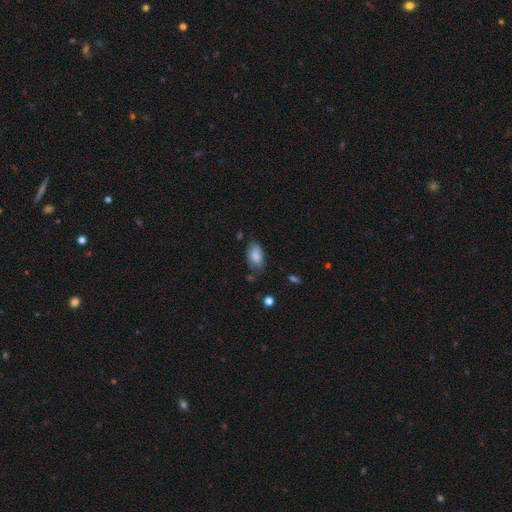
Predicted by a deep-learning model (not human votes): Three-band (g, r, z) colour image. It shows a smooth galaxy with no disk features (82%) that is in between round and cigar-shaped (93%). Merging: none (65%).